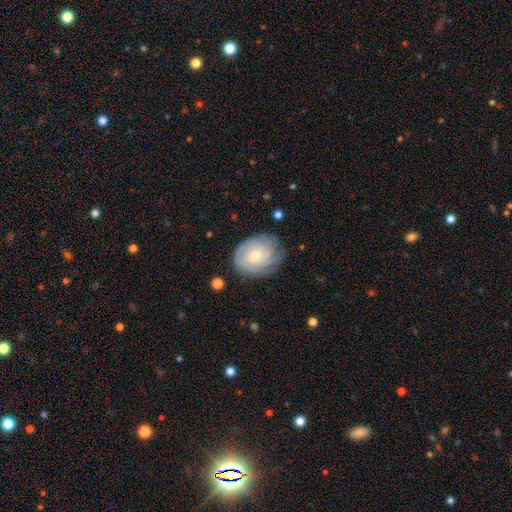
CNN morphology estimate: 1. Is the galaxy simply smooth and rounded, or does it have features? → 59% featured or disk, 34% smooth, 8% star or artifact.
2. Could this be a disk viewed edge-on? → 97% no, 3% yes.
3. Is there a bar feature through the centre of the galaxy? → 81% no, 17% weak, 2% strong.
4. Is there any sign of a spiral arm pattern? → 84% yes, 16% no.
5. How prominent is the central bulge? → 66% small, 28% moderate, 2% large, 2% none, 1% dominant.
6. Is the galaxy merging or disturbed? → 71% none, 20% minor disturbance, 7% major disturbance, 1% merger.